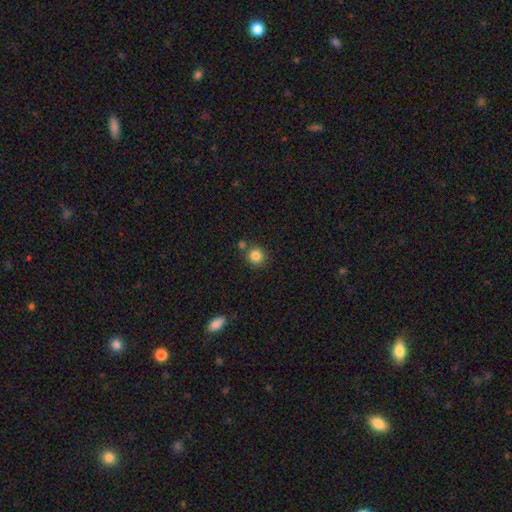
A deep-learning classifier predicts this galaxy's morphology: Overall: smooth (84%). How rounded: round (92%). Merging: none (77%).